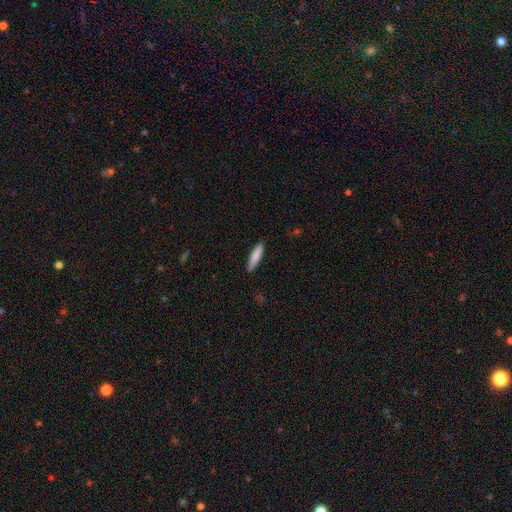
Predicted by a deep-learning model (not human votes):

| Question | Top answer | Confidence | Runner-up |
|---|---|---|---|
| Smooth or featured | smooth | 84% | featured or disk (10%) |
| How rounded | cigar-shaped | 81% | in between (18%) |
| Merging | none | 88% | minor disturbance (9%) |